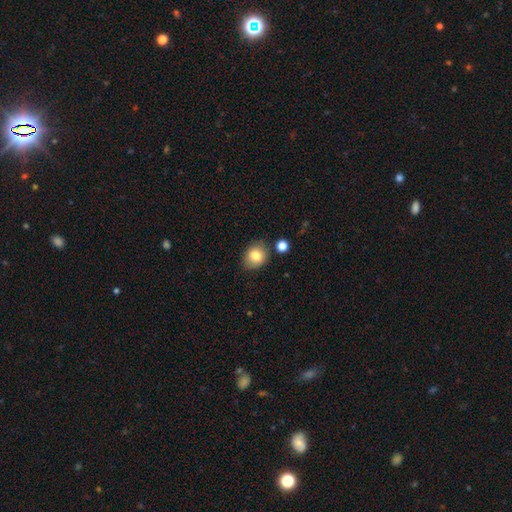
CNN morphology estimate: Smooth or featured? smooth (82%)
How rounded? round (62%)
Merging? none (76%)